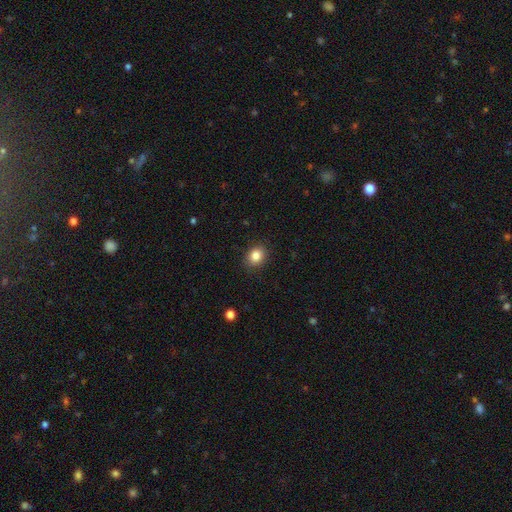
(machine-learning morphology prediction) type=smooth (84%); roundness=round (57%); merging=none (88%).